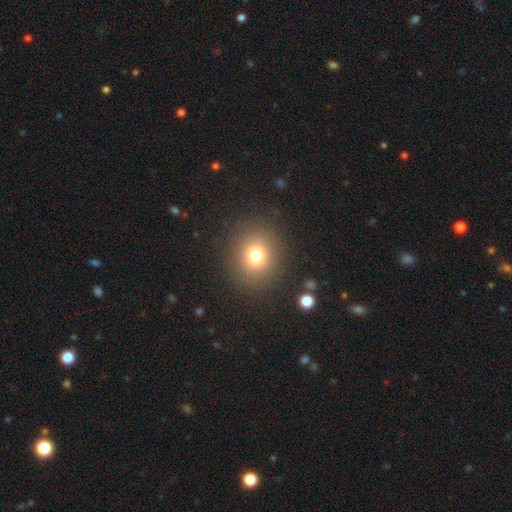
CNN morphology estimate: Smooth or featured?
  - smooth: 75% *
  - star or artifact: 15%
  - featured or disk: 10%
How rounded?
  - round: 79% *
  - in between: 20%
  - cigar-shaped: 1%
Merging?
  - none: 87% *
  - minor disturbance: 7%
  - major disturbance: 4%
  - merger: 1%